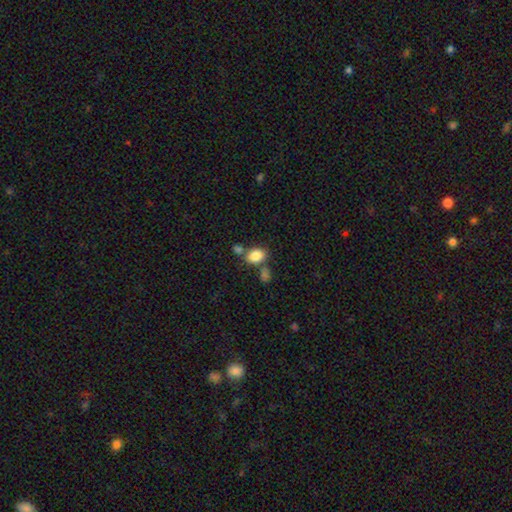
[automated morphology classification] type=smooth (85%); roundness=in between (75%); merging=none (57%).